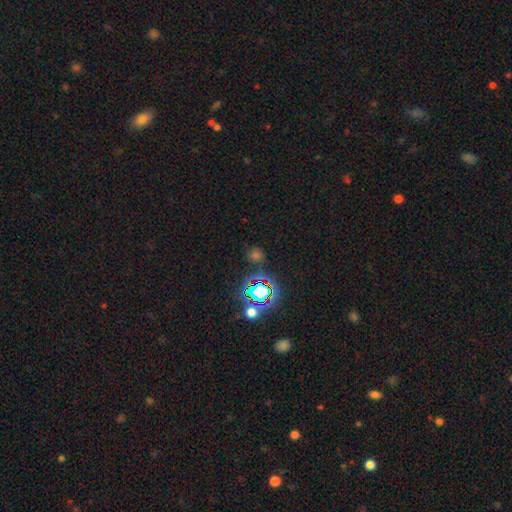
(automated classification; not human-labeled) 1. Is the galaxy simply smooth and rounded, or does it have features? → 58% star or artifact, 34% smooth, 9% featured or disk.